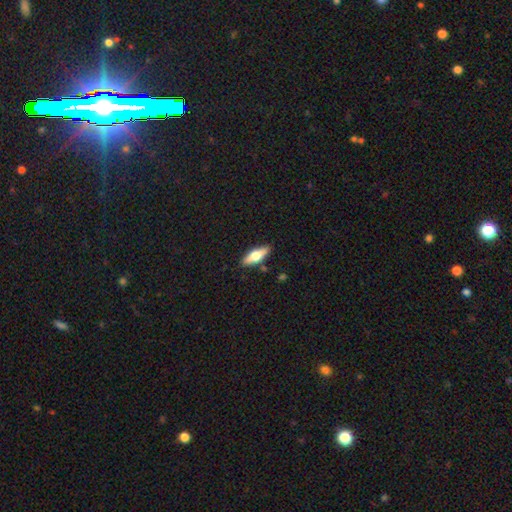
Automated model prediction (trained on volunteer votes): Smooth or featured?
  - smooth: 56% *
  - featured or disk: 38%
  - star or artifact: 6%
How rounded?
  - in between: 57% *
  - cigar-shaped: 40%
  - round: 3%
Merging?
  - none: 85% *
  - minor disturbance: 10%
  - merger: 3%
  - major disturbance: 2%